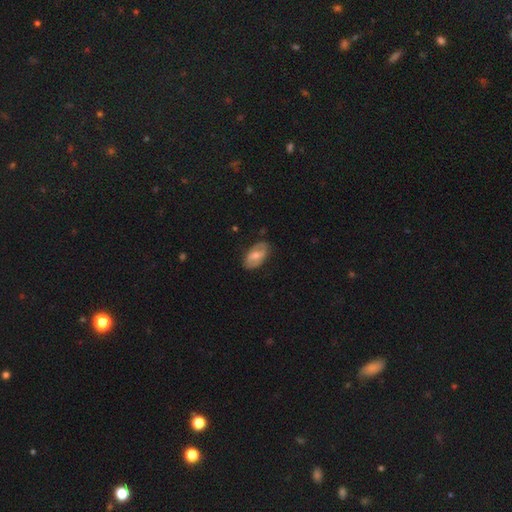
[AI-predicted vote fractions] This is possibly a featured or disk galaxy (48%). Merging: likely none (78%).